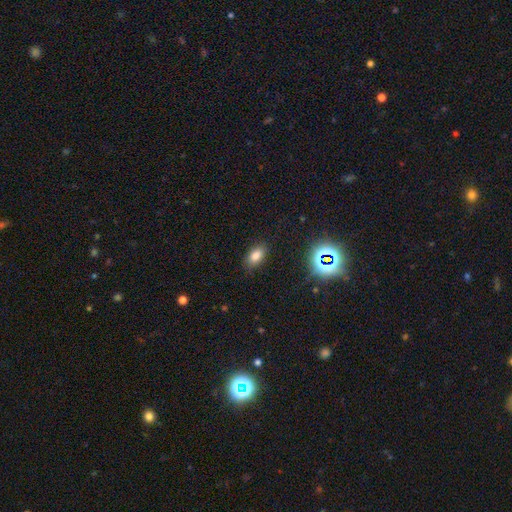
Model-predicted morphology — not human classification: This appears to be a smooth galaxy with no disk features (78%) that is in between round and cigar-shaped (87%). Merging: none (85%).